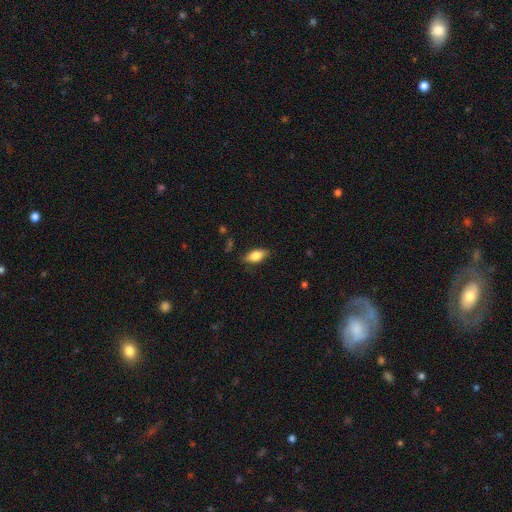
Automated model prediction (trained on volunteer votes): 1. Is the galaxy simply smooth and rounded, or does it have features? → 77% smooth, 16% featured or disk, 7% star or artifact.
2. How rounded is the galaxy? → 87% in between, 9% cigar-shaped, 4% round.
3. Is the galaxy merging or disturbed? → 79% none, 16% minor disturbance, 3% major disturbance, 1% merger.